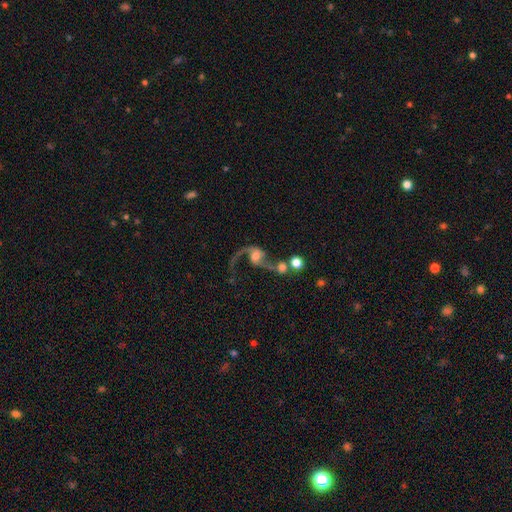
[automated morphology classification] smooth-or-featured: featured or disk: 77% | smooth: 14% | star or artifact: 9%
  disk-edge-on: no: 96% | yes: 4%
    bar: no: 58% | weak: 31% | strong: 11%
    has-spiral-arms: yes: 91% | no: 9%
      spiral-winding: loose: 85% | medium: 13% | tight: 2%
      spiral-arm-count: 2: 75% | 1: 20% | can't tell: 2% | 3: 1% | 4: 1% | more than 4: 1%
    bulge-size: moderate: 40% | large: 23% | small: 21% | none: 12% | dominant: 4%
  merging: none: 32% (tied) | merger: 32% (tied) | major disturbance: 24% | minor disturbance: 11%